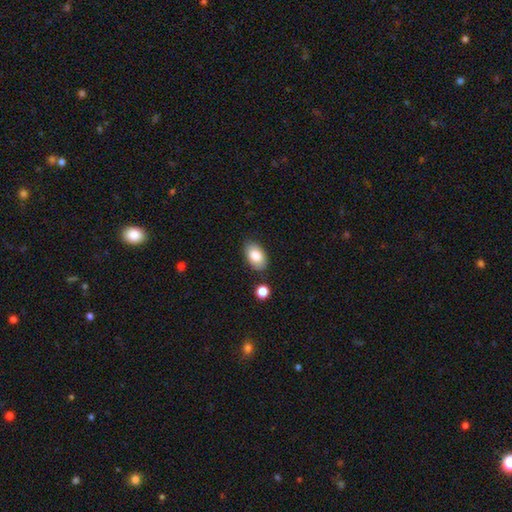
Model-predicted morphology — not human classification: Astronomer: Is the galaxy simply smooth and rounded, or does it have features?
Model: smooth — 83%.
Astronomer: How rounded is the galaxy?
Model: in between — 93%.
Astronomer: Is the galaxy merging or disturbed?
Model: none — 82%.